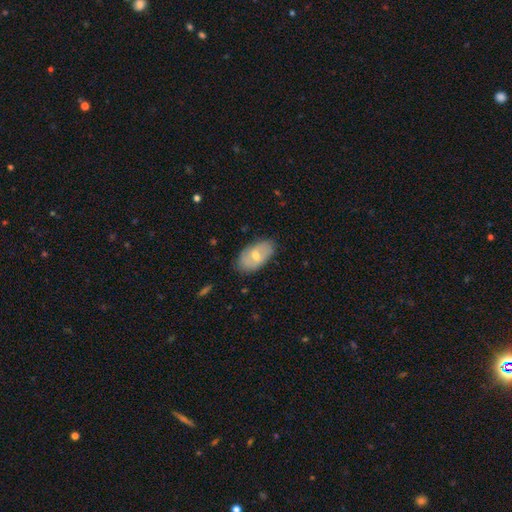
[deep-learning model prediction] smooth_or_featured: featured or disk (p=0.47) [alt: smooth p=0.46]
merging: none (p=0.80) [alt: minor disturbance p=0.16]